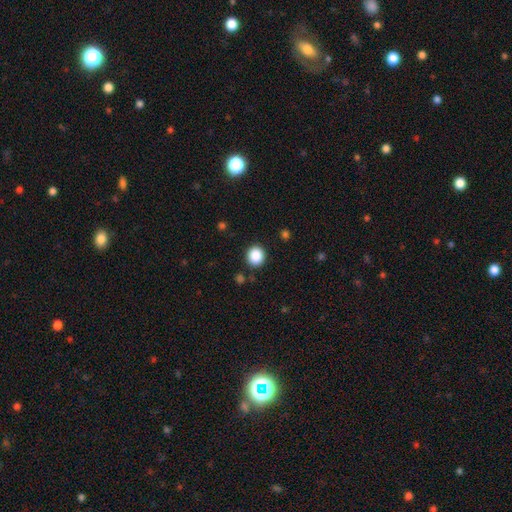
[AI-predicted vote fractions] Smooth or featured: smooth — 88% (star or artifact — 10%)
How rounded: round — 87% (in between — 12%)
Merging: none — 89% (minor disturbance — 7%)